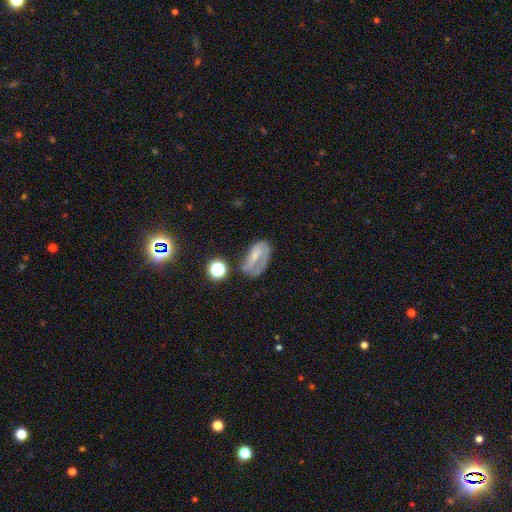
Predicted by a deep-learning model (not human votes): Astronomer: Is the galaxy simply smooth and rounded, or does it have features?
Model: featured or disk — 53% (runner-up: smooth, 36%).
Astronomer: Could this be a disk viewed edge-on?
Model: no — 93%.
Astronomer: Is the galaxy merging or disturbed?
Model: none — 45% (runner-up: minor disturbance, 28%).